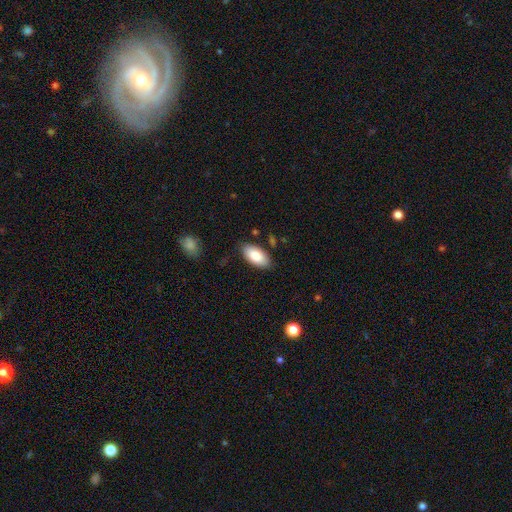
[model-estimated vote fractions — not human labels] smooth 85%, featured or disk 9%, star or artifact 6%. Down the decision tree: how rounded — in between (95%); merging — none (84%).